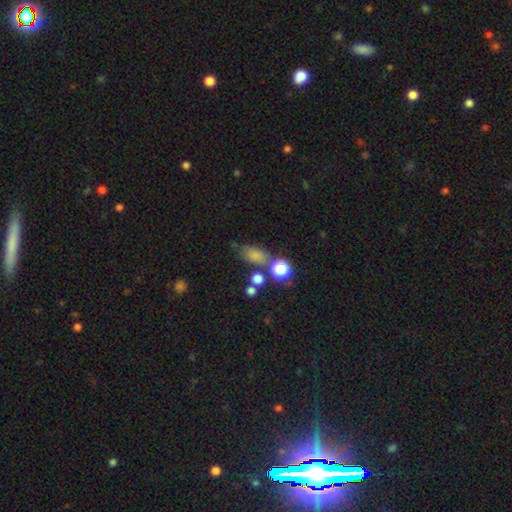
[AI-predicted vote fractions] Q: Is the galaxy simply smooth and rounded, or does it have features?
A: smooth — 76%.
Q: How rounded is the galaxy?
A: in between — 79%.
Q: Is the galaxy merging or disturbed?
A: none — 62%.